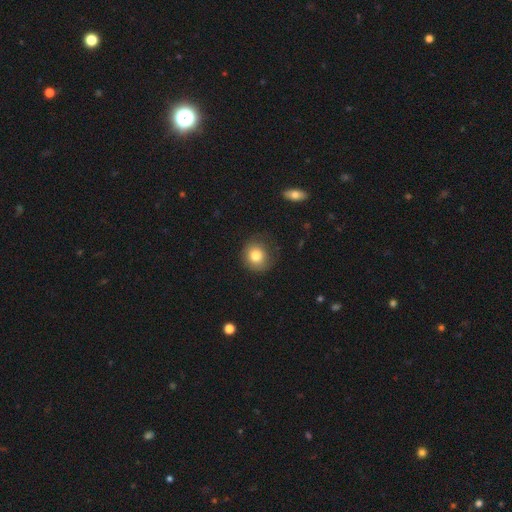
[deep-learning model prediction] This appears to be a smooth galaxy with no disk features (80%) that is round (85%). Merging: none (74%).